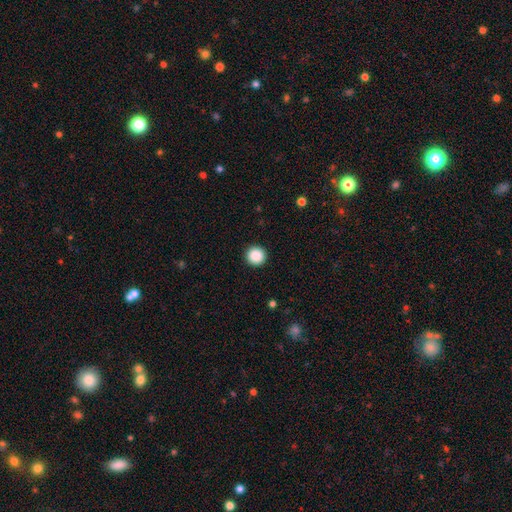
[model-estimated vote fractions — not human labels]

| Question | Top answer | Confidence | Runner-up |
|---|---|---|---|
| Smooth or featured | smooth | 89% | star or artifact (9%) |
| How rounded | round | 96% | in between (3%) |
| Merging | none | 93% | minor disturbance (4%) |